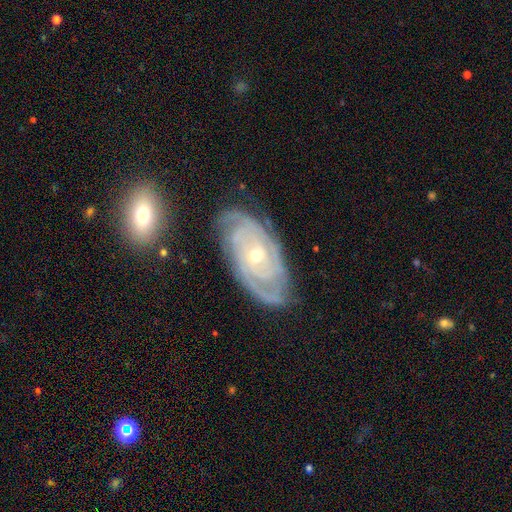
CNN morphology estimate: Overall: featured or disk (90%). Edge-on disk: no (95%). Bar: no (69%). Spiral arms: yes (97%). Spiral arm count: 3 (29%; 2 25%). Spiral winding: tight (78%). Bulge size: small (54%; moderate 43%). Merging: none (78%).